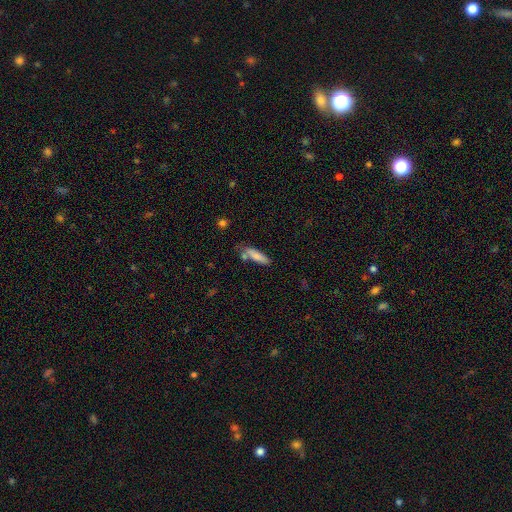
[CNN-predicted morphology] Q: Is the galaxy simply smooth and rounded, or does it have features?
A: smooth — 80%.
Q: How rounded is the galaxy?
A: cigar-shaped — 63%.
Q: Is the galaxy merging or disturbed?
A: none — 58%.